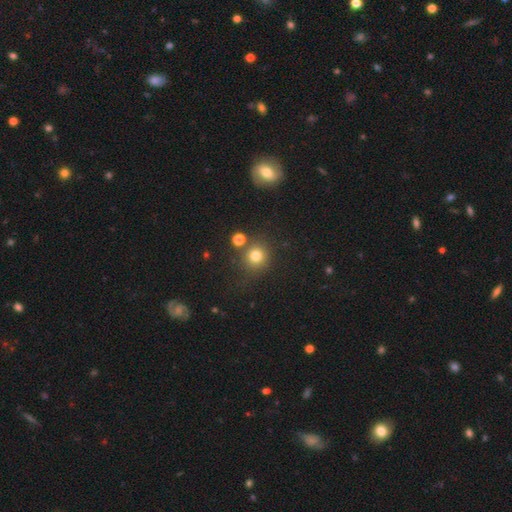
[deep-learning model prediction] Q: Smooth or featured?
A: smooth (77%); runner-up: star or artifact (15%)
Q: How rounded?
A: round (91%); runner-up: in between (8%)
Q: Merging?
A: none (77%); runner-up: minor disturbance (10%)